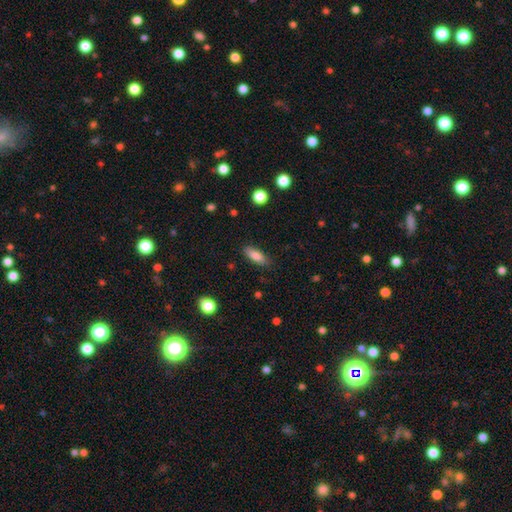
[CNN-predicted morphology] Overall: smooth (82%). How rounded: in between (65%; cigar-shaped 32%). Merging: none (85%).